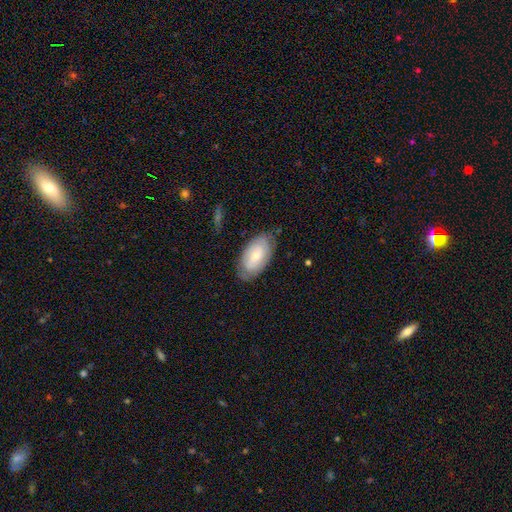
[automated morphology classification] Smooth or featured? smooth (57%)
How rounded? in between (94%)
Merging? none (77%)